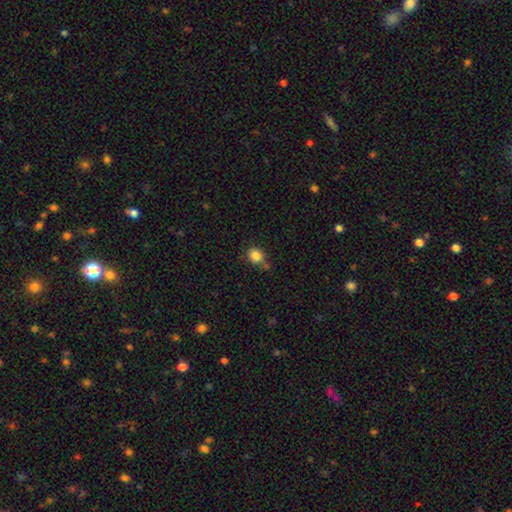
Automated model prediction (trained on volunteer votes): This appears to be a smooth galaxy with no disk features (85%) that is round (71%). Merging: none (65%).